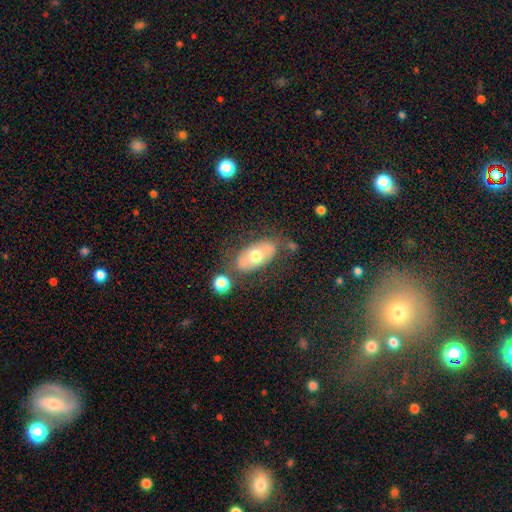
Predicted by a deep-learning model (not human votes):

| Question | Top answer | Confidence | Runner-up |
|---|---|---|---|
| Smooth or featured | smooth | 56% | featured or disk (37%) |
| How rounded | in between | 91% | round (6%) |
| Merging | none | 70% | minor disturbance (17%) |